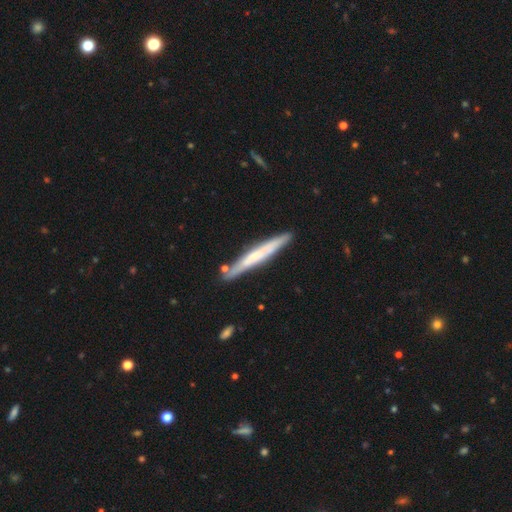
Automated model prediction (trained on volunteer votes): This appears to be a featured or disk galaxy (56%) viewed edge-on (92%) with no central bulge (50%). Merging: none (83%).